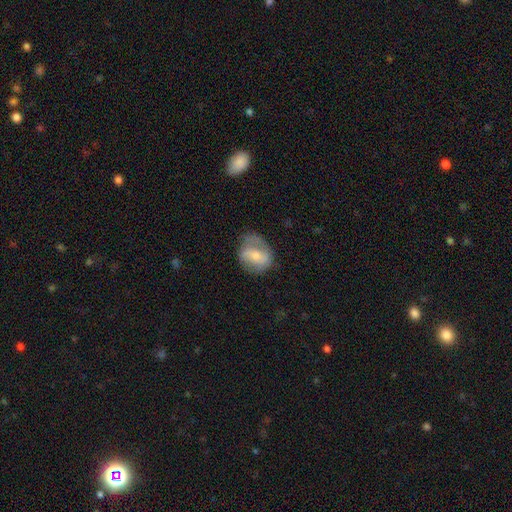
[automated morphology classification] type=featured or disk (49%); merging=none (54%).